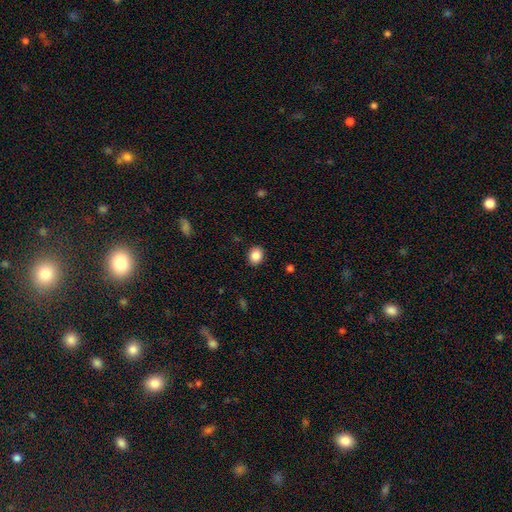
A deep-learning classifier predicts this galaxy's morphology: Smooth or featured? Predicted: smooth (p=0.87). How rounded? Predicted: round (p=0.60). Merging? Predicted: none (p=0.90).